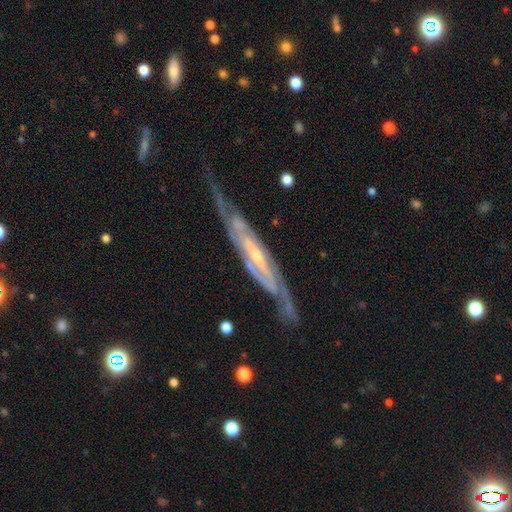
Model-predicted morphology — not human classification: smooth_or_featured: featured or disk (p=0.89) [alt: smooth p=0.06]
disk_edge_on: no (p=0.58) [alt: yes p=0.42]
bar: strong (p=0.38) [alt: weak p=0.37]
has_spiral_arms: yes (p=0.95) [alt: no p=0.05]
bulge_size: small (p=0.68) [alt: moderate p=0.26]
merging: none (p=0.66) [alt: minor disturbance p=0.21]